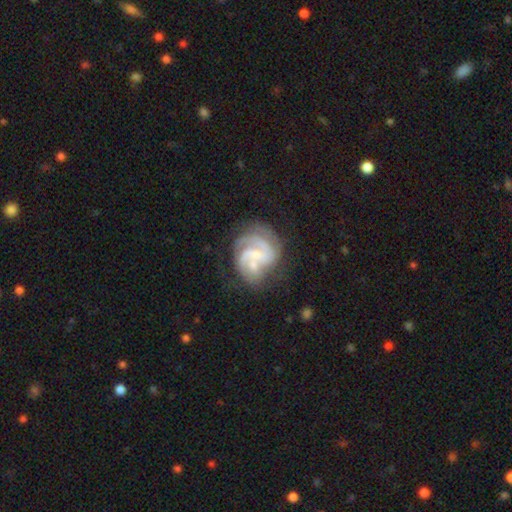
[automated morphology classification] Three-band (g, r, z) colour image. It shows a featured or disk galaxy (79%) with no bar (47%), 3 (38%) medium (44%) spiral arms (91%) and a small central bulge (49%). Merging: none (48%).